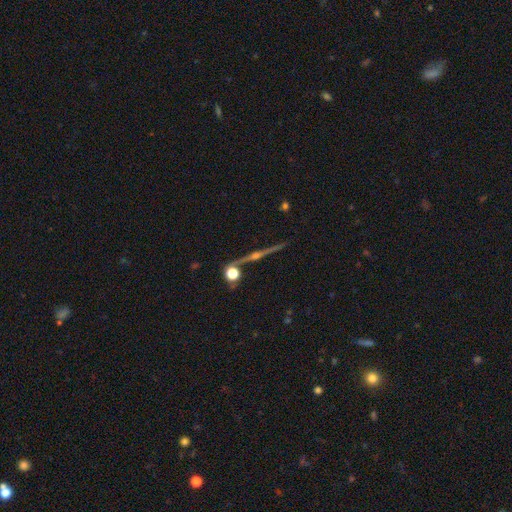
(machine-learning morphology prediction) A featured or disk galaxy (37%, tied with star or artifact). Merging: none (64%).